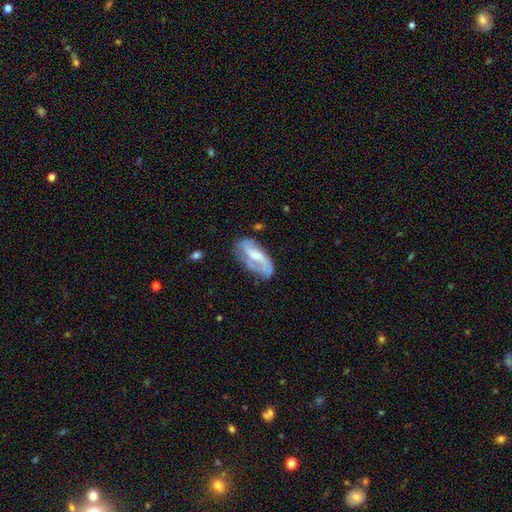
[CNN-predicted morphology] Q: Smooth or featured?
A: featured or disk (68%); runner-up: smooth (26%)
Q: Edge-on disk?
A: no (93%); runner-up: yes (7%)
Q: Bar?
A: weak (42%); runner-up: no (40%)
Q: Spiral arms?
A: yes (82%); runner-up: no (18%)
Q: Spiral winding?
A: loose (42%); runner-up: medium (39%)
Q: Spiral arm count?
A: 2 (65%); runner-up: can't tell (17%)
Q: Bulge size?
A: moderate (49%); runner-up: small (33%)
Q: Merging?
A: none (51%); runner-up: minor disturbance (27%)